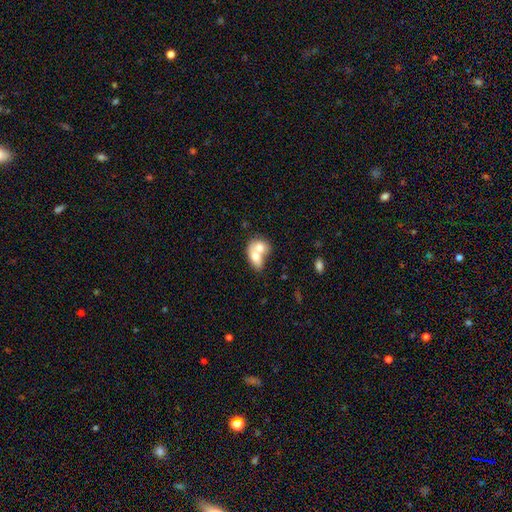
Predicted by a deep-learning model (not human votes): The model was most divided on "how rounded": in between: 68%, round: 29%, cigar-shaped: 2%. More confident: merging — merger (78%); smooth or featured — smooth (68%).